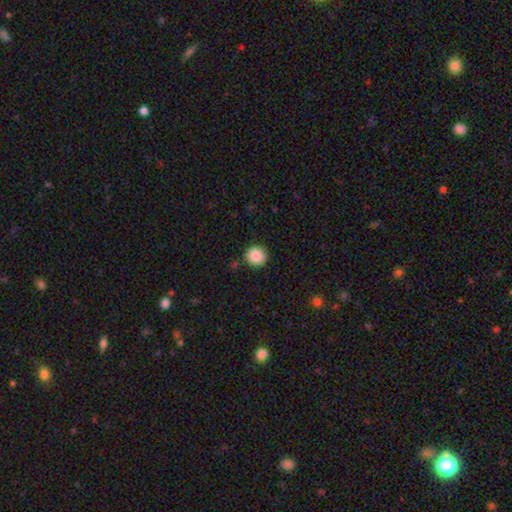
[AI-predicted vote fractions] This appears to be a smooth galaxy with no disk features (88%) that is round (92%). Merging: none (88%).